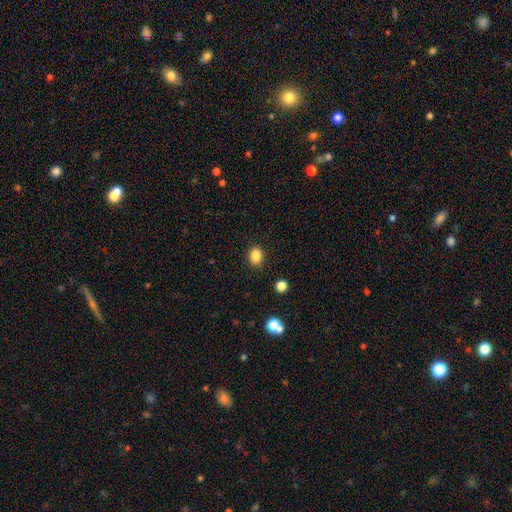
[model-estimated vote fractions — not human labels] smooth_or_featured: smooth (p=0.86) [alt: star or artifact p=0.10]
how_rounded: in between (p=0.62) [alt: round p=0.37]
merging: none (p=0.89) [alt: minor disturbance p=0.08]